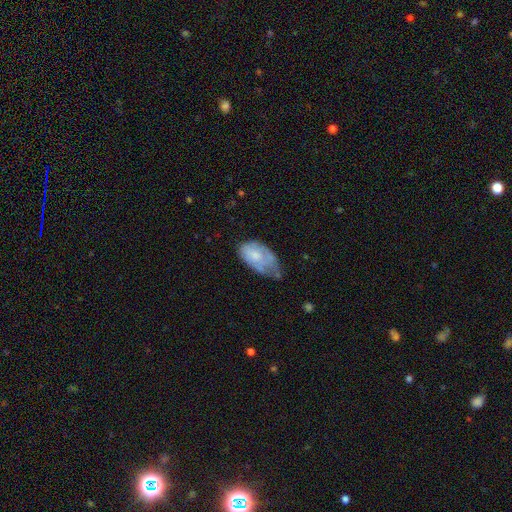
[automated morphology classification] A smooth galaxy with no disk features (63%) that is in between round and cigar-shaped (94%). Merging: minor disturbance (47%).